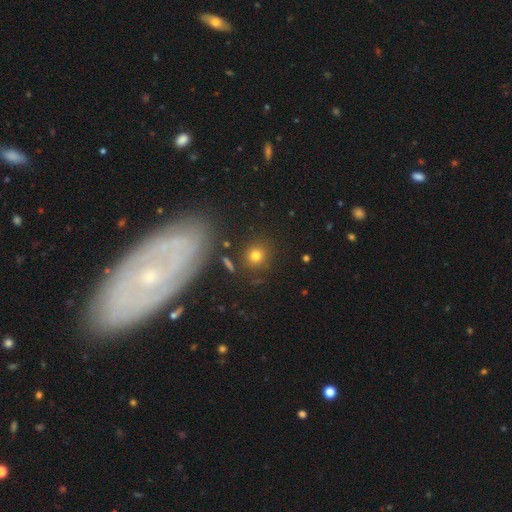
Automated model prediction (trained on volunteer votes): A smooth galaxy with no disk features (77%) that is round (91%).

Vote fractions:
- Smooth or featured? smooth: 77% / star or artifact: 14% / featured or disk: 8%
- How rounded? round: 91% / in between: 8% / cigar-shaped: 1%
- Merging? none: 85% / minor disturbance: 8% / merger: 4% / major disturbance: 3%